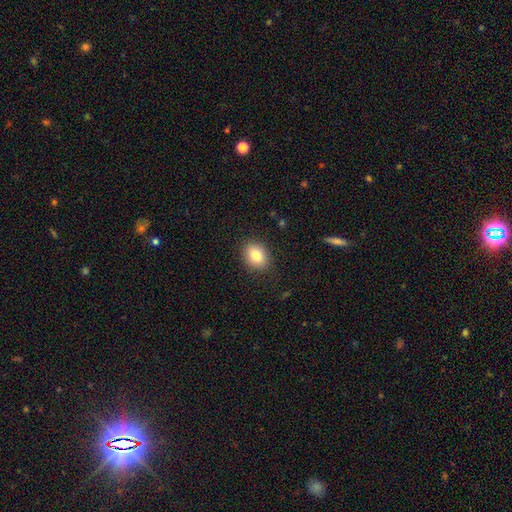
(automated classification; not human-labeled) Morphology: type=smooth (82%); roundness=in between (67%); merging=none (87%).